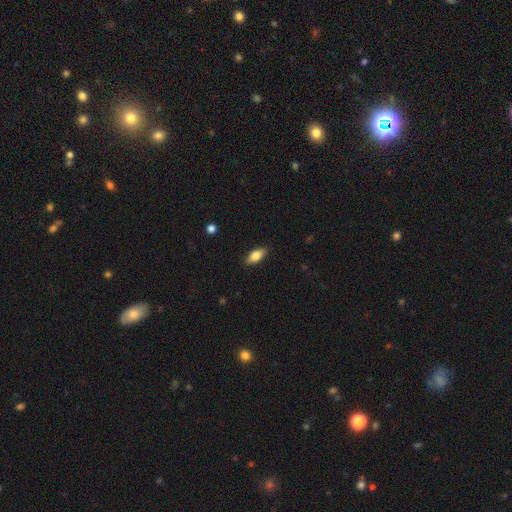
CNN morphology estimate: This is likely a smooth galaxy (75%). How rounded: clearly in between (82%). Merging: clearly none (87%).